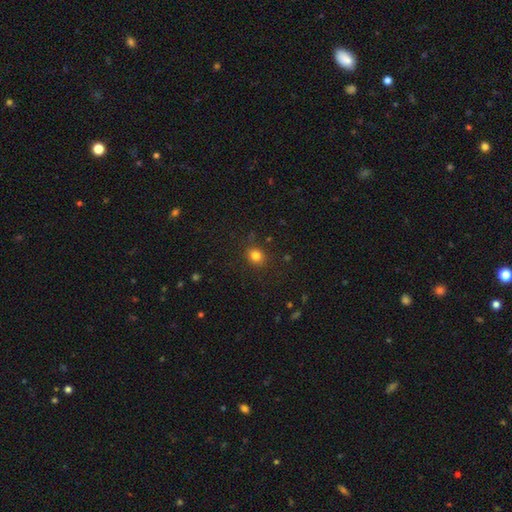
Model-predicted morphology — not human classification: Smooth or featured? Predicted: smooth (p=0.81). How rounded? Predicted: round (p=0.73). Merging? Predicted: none (p=0.86).